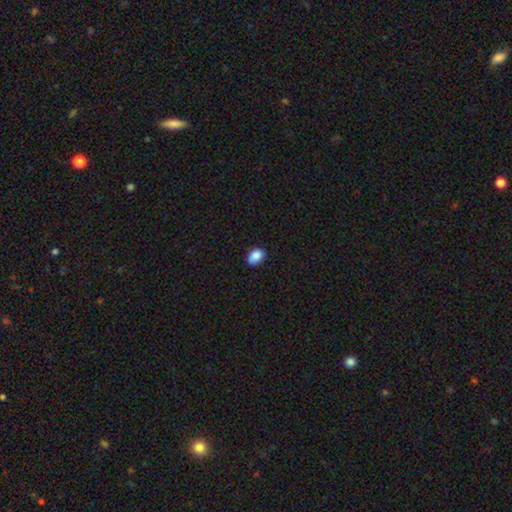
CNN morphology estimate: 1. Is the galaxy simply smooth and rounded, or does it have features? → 87% smooth, 8% star or artifact, 5% featured or disk.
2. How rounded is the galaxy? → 82% in between, 16% round, 1% cigar-shaped.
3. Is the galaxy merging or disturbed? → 80% none, 16% minor disturbance, 2% major disturbance, 1% merger.